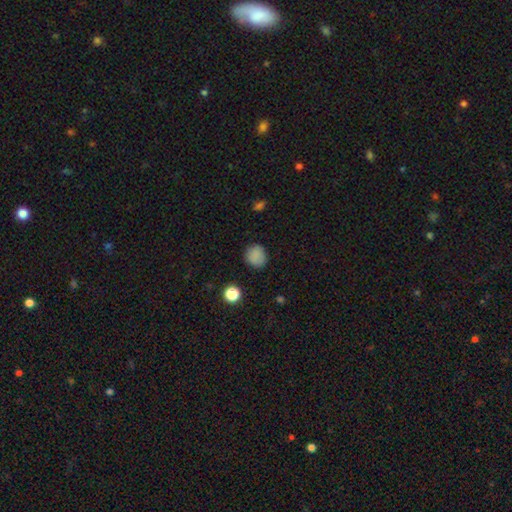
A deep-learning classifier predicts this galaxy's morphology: The model was most divided on "how rounded": round: 85%, in between: 14%, cigar-shaped: 1%. More confident: merging — none (85%); smooth or featured — smooth (84%).